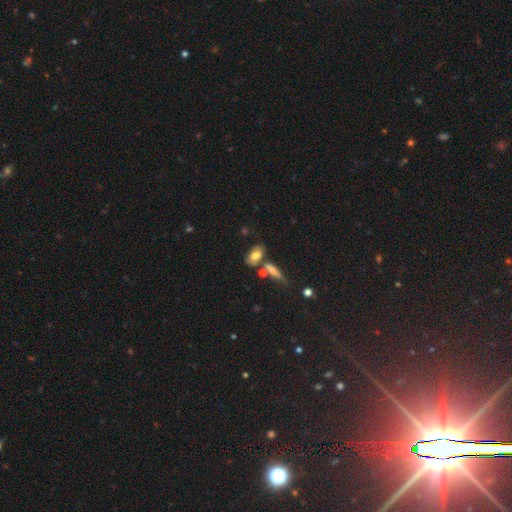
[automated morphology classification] The model was most divided on "merging": none: 55%, merger: 23%, minor disturbance: 16%, major disturbance: 6%. More confident: how rounded — in between (84%); smooth or featured — smooth (73%).